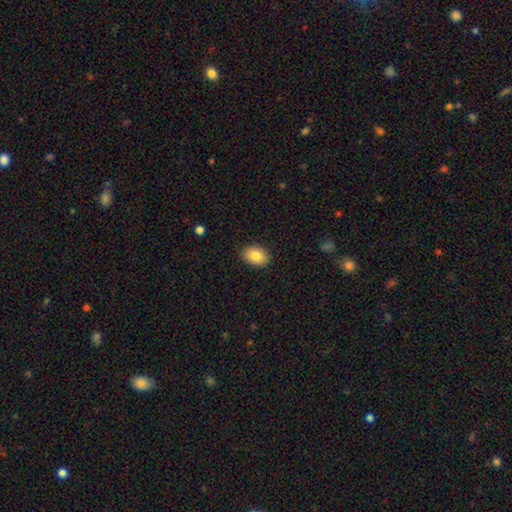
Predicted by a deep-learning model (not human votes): This is clearly a smooth galaxy (84%). How rounded: likely in between (78%). Merging: clearly none (89%).